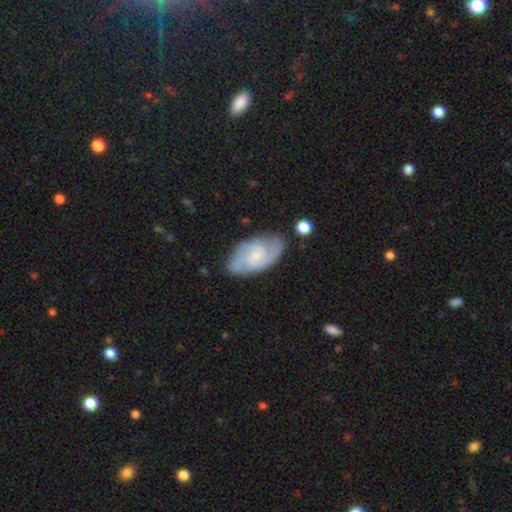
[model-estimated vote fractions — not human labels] Smooth or featured? featured or disk (75%)
Edge-on disk? no (96%)
Bar? no (53%)
Spiral arms? yes (95%)
Spiral winding? medium (46%)
Spiral arm count? 2 (58%)
Bulge size? small (66%)
Merging? none (77%)